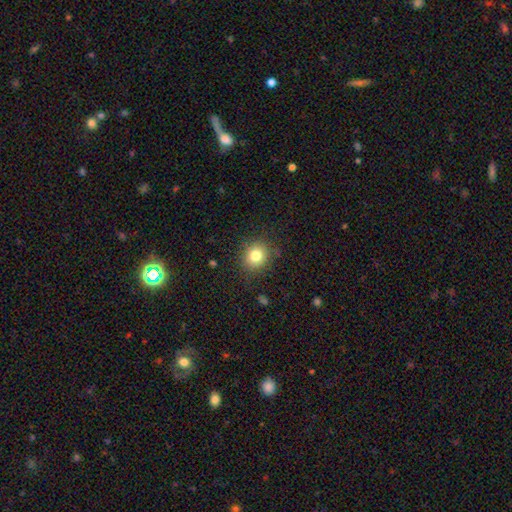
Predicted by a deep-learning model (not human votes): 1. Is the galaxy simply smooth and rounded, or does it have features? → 80% smooth, 12% star or artifact, 8% featured or disk.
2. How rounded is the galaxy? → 81% round, 18% in between, 1% cigar-shaped.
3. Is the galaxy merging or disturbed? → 86% none, 10% minor disturbance, 3% major disturbance, 1% merger.